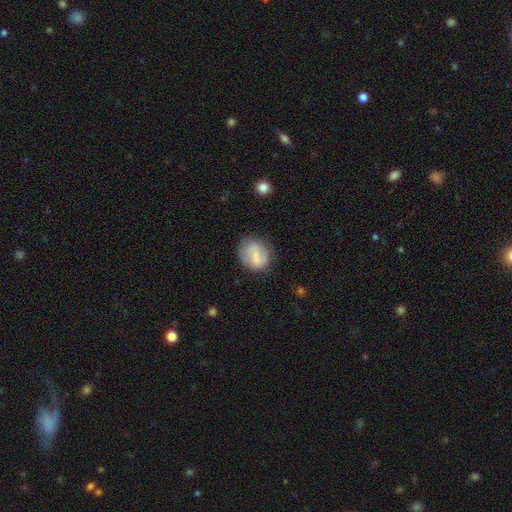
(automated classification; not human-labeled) Smooth or featured?
  - smooth: 69% *
  - featured or disk: 24%
  - star or artifact: 7%
How rounded?
  - round: 64% *
  - in between: 35%
  - cigar-shaped: 1%
Merging?
  - none: 68% *
  - minor disturbance: 21%
  - major disturbance: 8%
  - merger: 3%